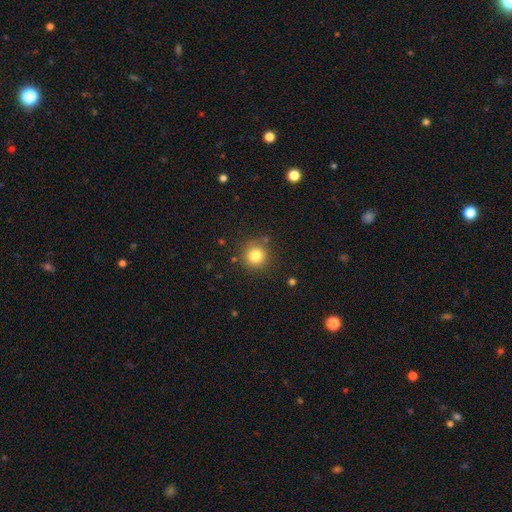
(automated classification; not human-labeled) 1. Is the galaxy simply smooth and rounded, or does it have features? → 80% smooth, 12% star or artifact, 7% featured or disk.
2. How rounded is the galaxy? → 94% round, 5% in between, 1% cigar-shaped.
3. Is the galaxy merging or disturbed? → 85% none, 9% minor disturbance, 3% major disturbance, 3% merger.